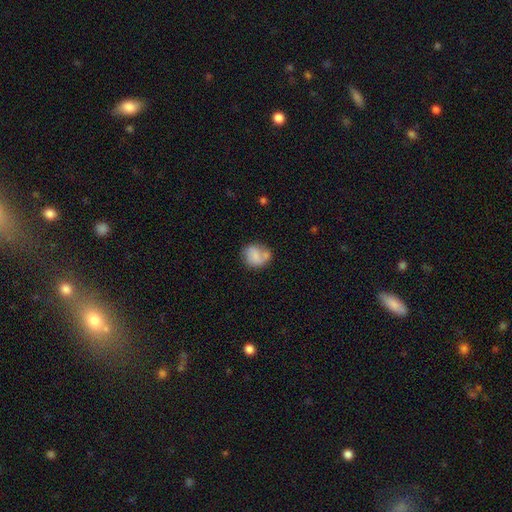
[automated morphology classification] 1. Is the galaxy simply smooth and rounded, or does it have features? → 64% smooth, 27% featured or disk, 9% star or artifact.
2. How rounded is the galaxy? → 67% round, 32% in between, 1% cigar-shaped.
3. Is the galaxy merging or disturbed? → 47% none, 26% minor disturbance, 15% merger, 13% major disturbance.